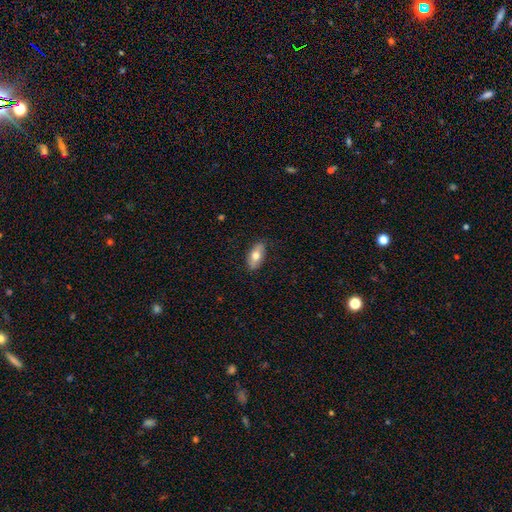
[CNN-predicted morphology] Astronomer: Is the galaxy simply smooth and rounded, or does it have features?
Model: smooth — 69%.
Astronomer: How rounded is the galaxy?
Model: in between — 88%.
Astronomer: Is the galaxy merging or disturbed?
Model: none — 85%.